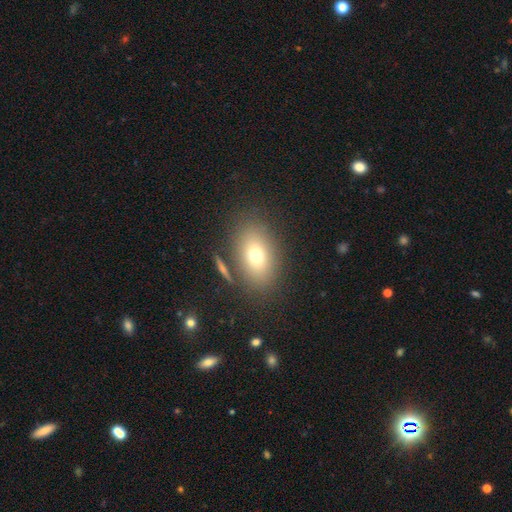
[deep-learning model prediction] Smooth or featured: smooth — 72% (featured or disk — 16%)
How rounded: in between — 80% (round — 18%)
Merging: none — 79% (minor disturbance — 11%)